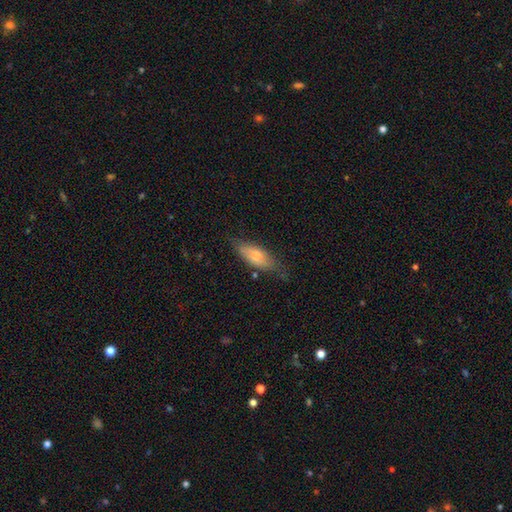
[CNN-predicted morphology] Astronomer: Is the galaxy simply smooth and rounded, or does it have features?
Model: smooth — 68%.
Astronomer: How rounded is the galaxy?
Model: in between — 70%.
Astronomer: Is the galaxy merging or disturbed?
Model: none — 63%.